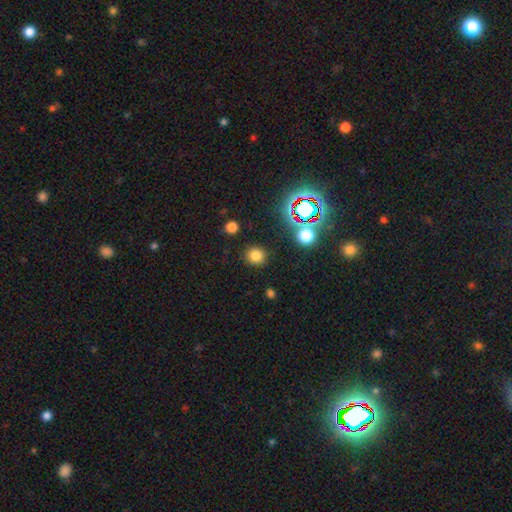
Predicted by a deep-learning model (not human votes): Overall: smooth (76%). How rounded: round (89%). Merging: none (89%).